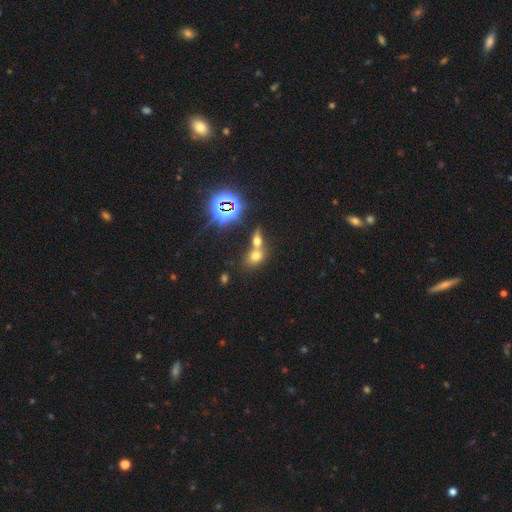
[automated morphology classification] This appears to be a smooth galaxy with no disk features (61%) that is round (50%). Merging: merger (60%).